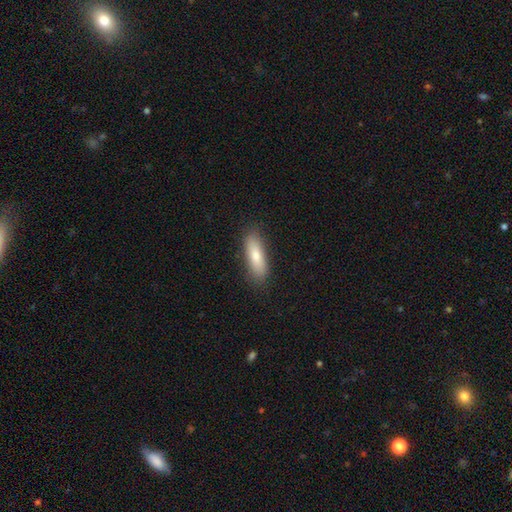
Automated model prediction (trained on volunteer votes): Smooth or featured? Predicted: smooth (p=0.77). How rounded? Predicted: cigar-shaped (p=0.50). Merging? Predicted: none (p=0.85).